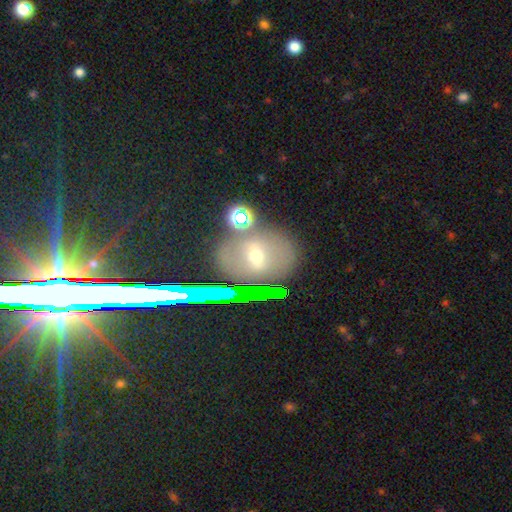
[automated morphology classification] Smooth or featured? featured or disk (37%, tied with smooth)
Merging? none (71%)